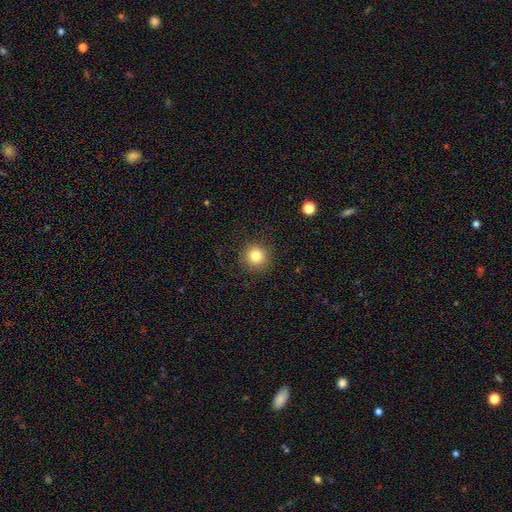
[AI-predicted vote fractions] A smooth galaxy with no disk features (82%) that is round (95%). Merging: none (91%).